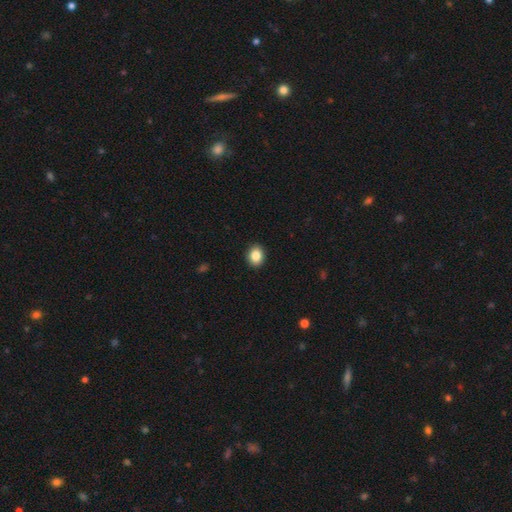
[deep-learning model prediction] Smooth or featured? Predicted: smooth (p=0.86). How rounded? Predicted: round (p=0.55). Merging? Predicted: none (p=0.92).